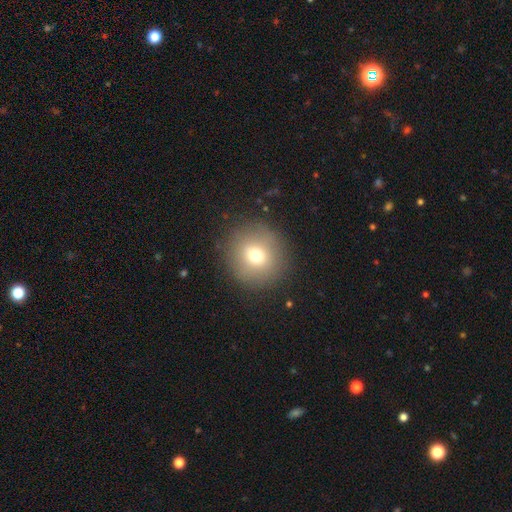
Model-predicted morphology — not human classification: This is likely a smooth galaxy (72%). How rounded: clearly round (94%). Merging: clearly none (89%).